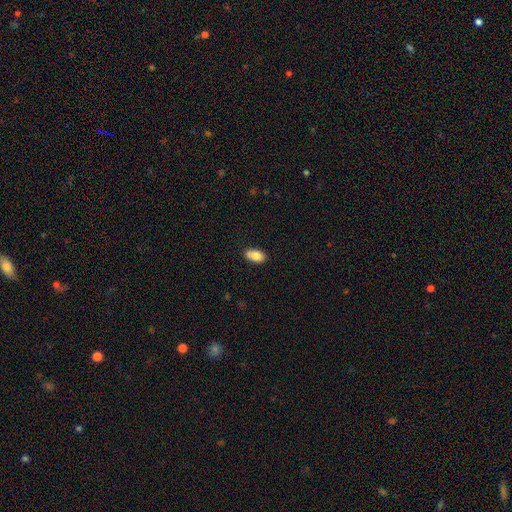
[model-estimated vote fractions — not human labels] Overall: smooth (80%). How rounded: in between (91%). Merging: none (72%).